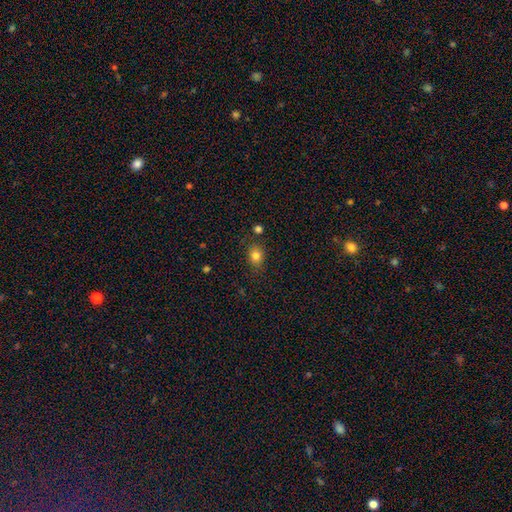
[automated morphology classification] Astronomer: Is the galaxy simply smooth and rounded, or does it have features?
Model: smooth — 81%.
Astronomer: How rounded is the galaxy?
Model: round — 52% (runner-up: in between, 47%).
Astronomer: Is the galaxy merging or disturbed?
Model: none — 79%.